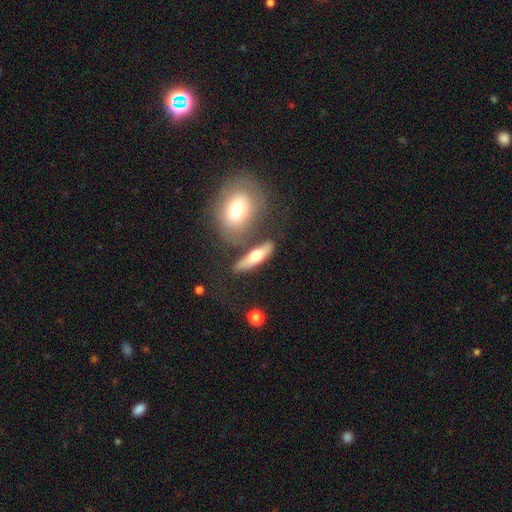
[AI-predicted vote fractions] A smooth galaxy with no disk features (56%) that is cigar-shaped (52%).

Vote fractions:
- Smooth or featured? smooth: 56% / featured or disk: 38% / star or artifact: 7%
- How rounded? cigar-shaped: 52% / in between: 42% / round: 6%
- Merging? none: 65% / merger: 16% / minor disturbance: 13% / major disturbance: 6%